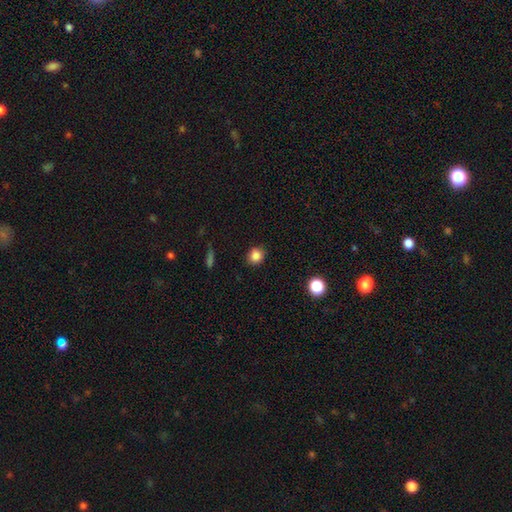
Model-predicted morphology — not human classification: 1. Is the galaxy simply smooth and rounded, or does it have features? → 85% smooth, 11% star or artifact, 5% featured or disk.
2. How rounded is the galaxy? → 79% round, 20% in between, 1% cigar-shaped.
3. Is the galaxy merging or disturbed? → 88% none, 9% minor disturbance, 2% major disturbance, 1% merger.